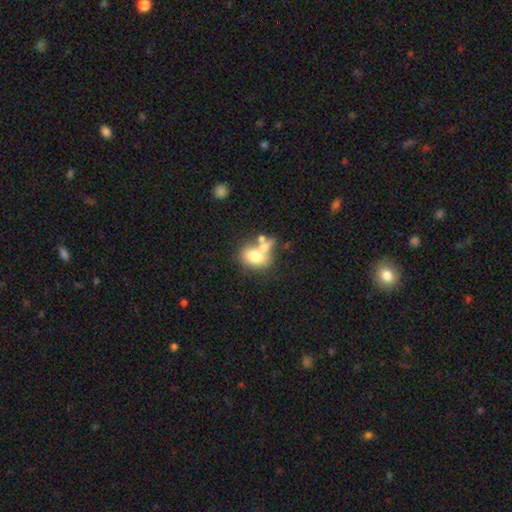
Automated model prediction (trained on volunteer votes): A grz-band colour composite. It shows a smooth galaxy with no disk features (72%) that is in between round and cigar-shaped (70%). Merging: merger (45%).